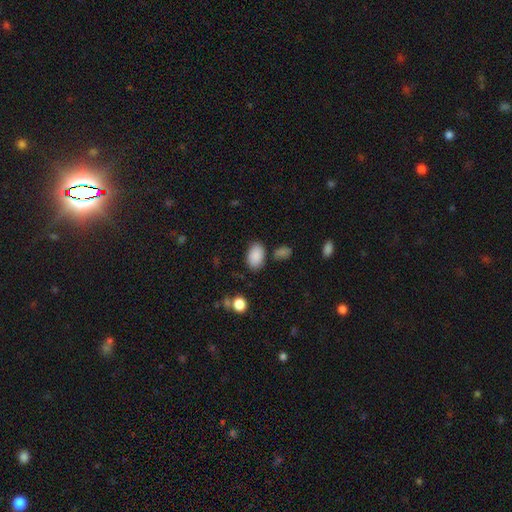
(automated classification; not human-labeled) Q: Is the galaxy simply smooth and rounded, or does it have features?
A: smooth — 88%.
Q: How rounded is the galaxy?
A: in between — 90%.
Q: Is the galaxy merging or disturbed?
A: none — 79%.